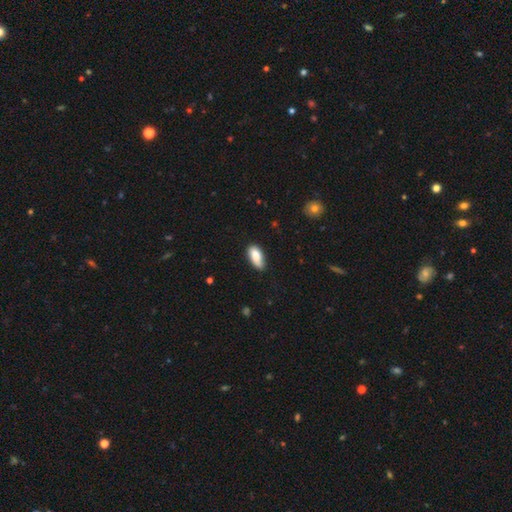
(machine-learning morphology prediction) smooth-or-featured: smooth: 85% | featured or disk: 9% | star or artifact: 7%
  how-rounded: in between: 88% | cigar-shaped: 10% | round: 2%
  merging: none: 65% | minor disturbance: 28% | major disturbance: 5% | merger: 2%